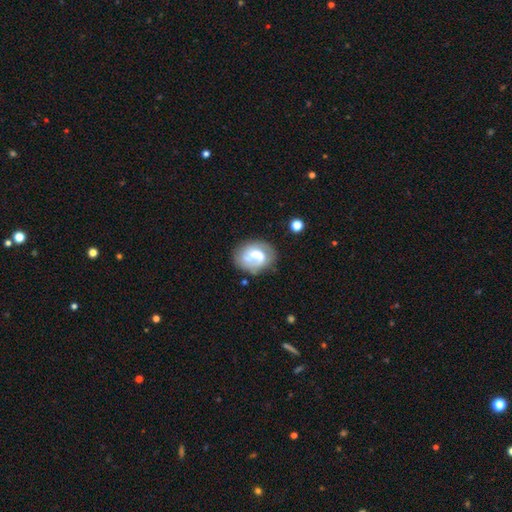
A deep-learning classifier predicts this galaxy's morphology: Smooth or featured? Predicted: smooth (p=0.49). Merging? Predicted: none (p=0.51).